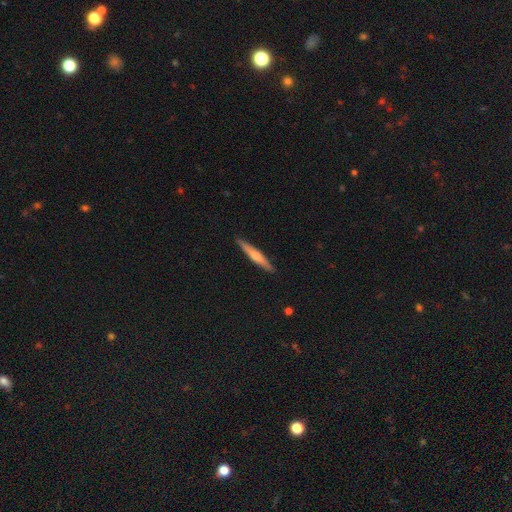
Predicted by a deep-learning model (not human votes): This is possibly a featured or disk galaxy (50%). It is clearly viewed edge-on (96%). Merging: clearly none (91%).